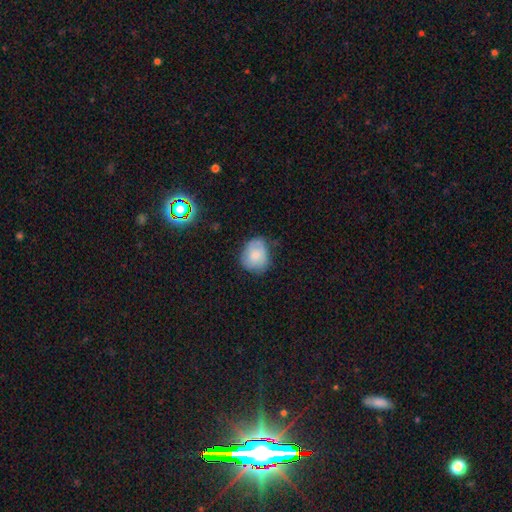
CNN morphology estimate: Smooth or featured: smooth — 72% (featured or disk — 20%)
How rounded: round — 58% (in between — 41%)
Merging: none — 60% (minor disturbance — 31%)